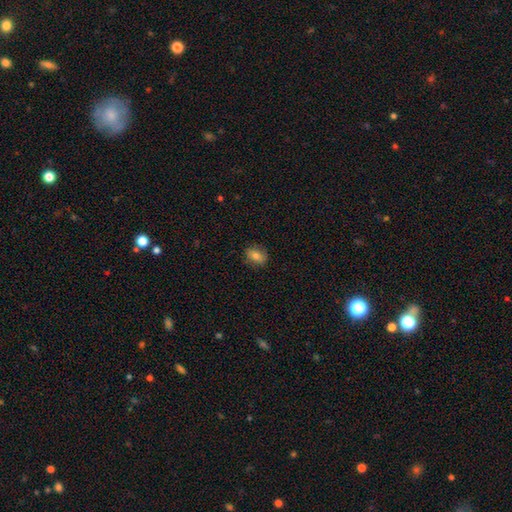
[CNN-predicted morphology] Smooth or featured? smooth (76%)
How rounded? in between (71%)
Merging? none (82%)